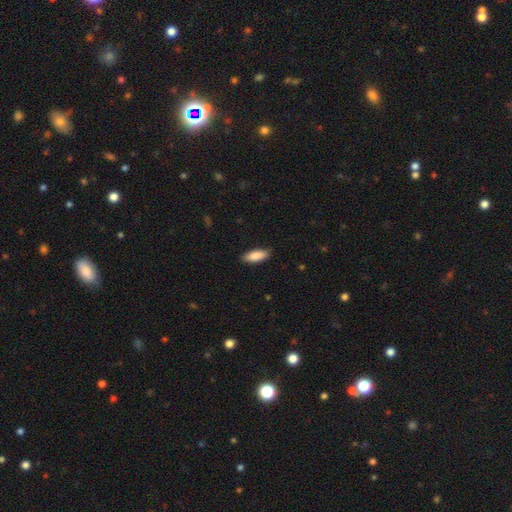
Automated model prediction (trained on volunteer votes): smooth_or_featured: smooth (p=0.86) [alt: featured or disk p=0.08]
how_rounded: in between (p=0.70) [alt: cigar-shaped p=0.28]
merging: none (p=0.87) [alt: minor disturbance p=0.10]